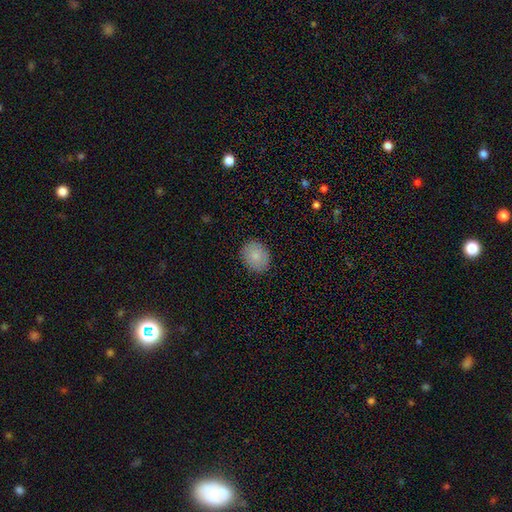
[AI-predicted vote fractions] Q: Smooth or featured?
A: smooth (84%); runner-up: featured or disk (8%)
Q: How rounded?
A: round (50%); runner-up: in between (49%)
Q: Merging?
A: none (88%); runner-up: minor disturbance (9%)